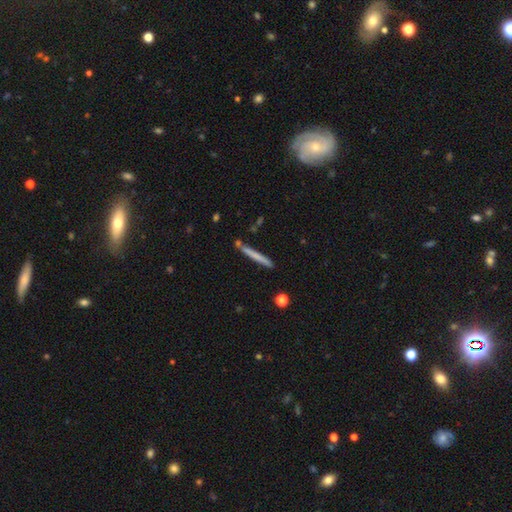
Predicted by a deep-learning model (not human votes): Q: Smooth or featured?
A: smooth (64%); runner-up: featured or disk (30%)
Q: How rounded?
A: cigar-shaped (97%); runner-up: in between (2%)
Q: Merging?
A: none (84%); runner-up: minor disturbance (10%)